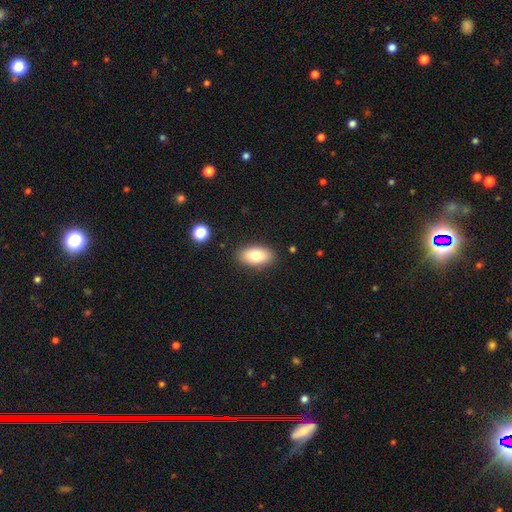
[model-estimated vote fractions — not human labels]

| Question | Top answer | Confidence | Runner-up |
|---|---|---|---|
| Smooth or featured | smooth | 80% | featured or disk (12%) |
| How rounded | in between | 91% | round (5%) |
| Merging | none | 86% | minor disturbance (10%) |